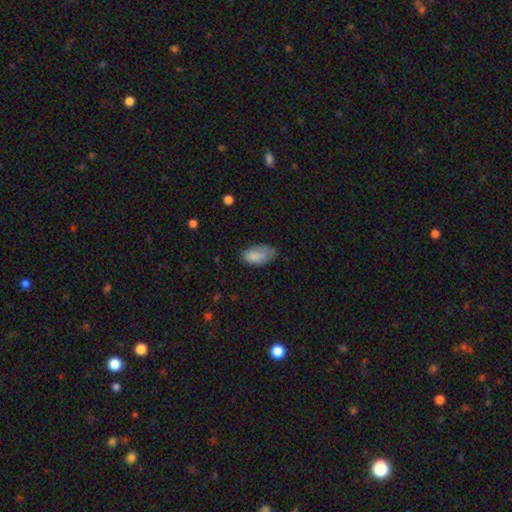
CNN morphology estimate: Q: Smooth or featured?
A: smooth (84%); runner-up: featured or disk (9%)
Q: How rounded?
A: in between (94%); runner-up: round (4%)
Q: Merging?
A: none (55%); runner-up: minor disturbance (34%)